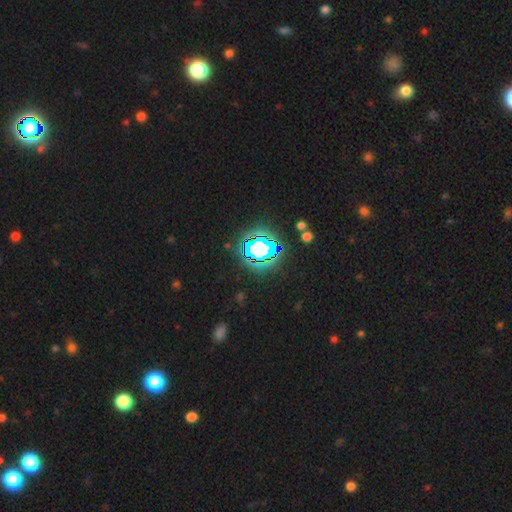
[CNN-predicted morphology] A star or artifact, not a galaxy (72%).